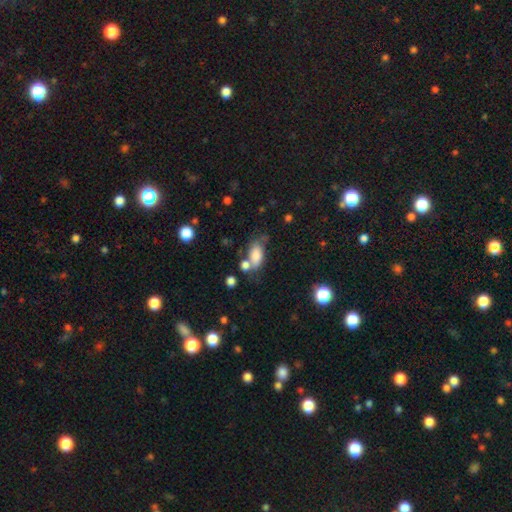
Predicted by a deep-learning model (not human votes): Q: Smooth or featured?
A: smooth (78%); runner-up: featured or disk (12%)
Q: How rounded?
A: in between (88%); runner-up: cigar-shaped (6%)
Q: Merging?
A: none (41%); runner-up: merger (26%)